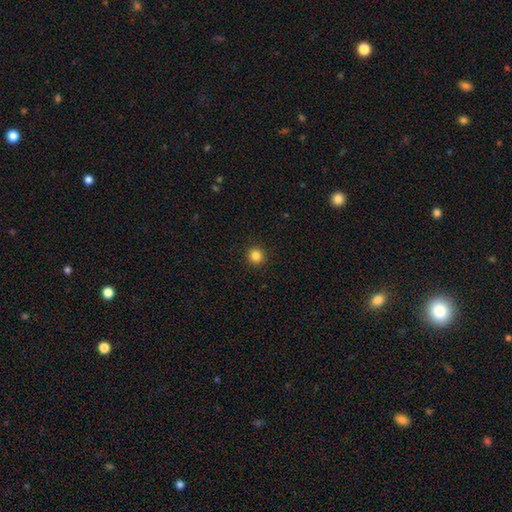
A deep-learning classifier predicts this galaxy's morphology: Smooth or featured? Predicted: smooth (p=0.84). How rounded? Predicted: round (p=0.95). Merging? Predicted: none (p=0.93).